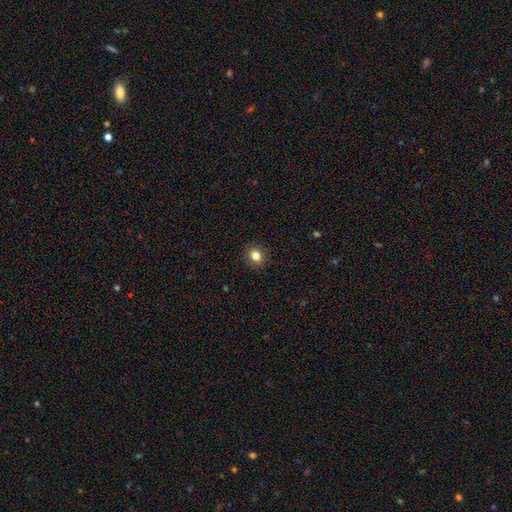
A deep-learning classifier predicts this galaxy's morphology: smooth-or-featured: smooth: 83% | star or artifact: 11% | featured or disk: 6%
  how-rounded: round: 67% | in between: 32% | cigar-shaped: 1%
  merging: none: 90% | minor disturbance: 7% | major disturbance: 2% | merger: 1%